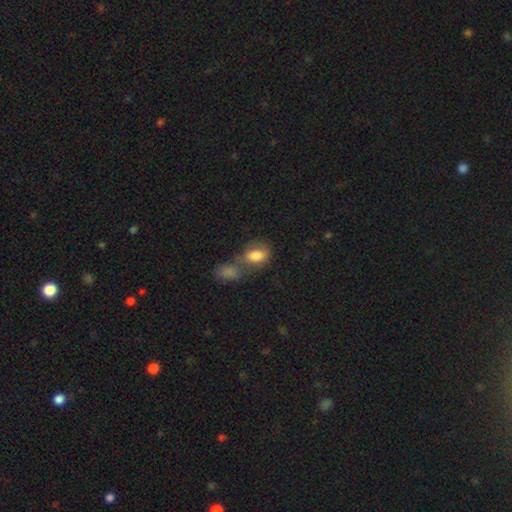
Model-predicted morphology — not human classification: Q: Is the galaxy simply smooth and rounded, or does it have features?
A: smooth — 80%.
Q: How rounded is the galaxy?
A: in between — 79%.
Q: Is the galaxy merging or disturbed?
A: merger — 47%.